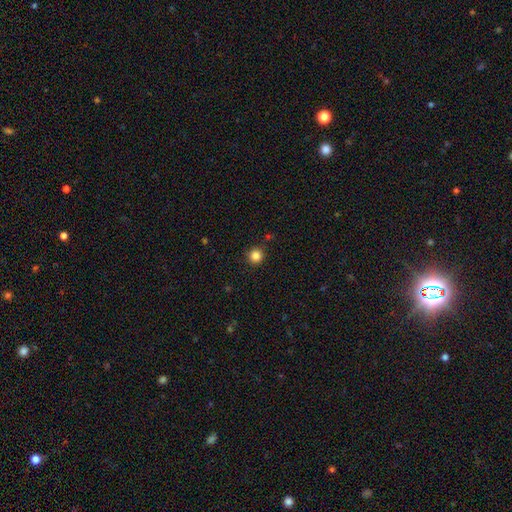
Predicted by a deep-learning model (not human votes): Overall: smooth (84%). How rounded: round (95%). Merging: none (90%).